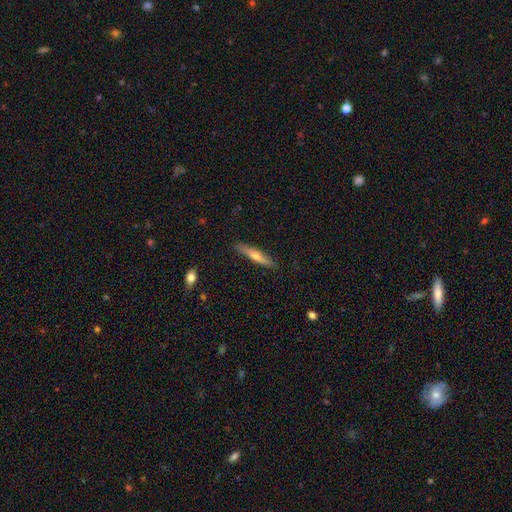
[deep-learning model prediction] This is possibly a featured or disk galaxy (51%). It is clearly viewed edge-on (93%). Merging: clearly none (88%).